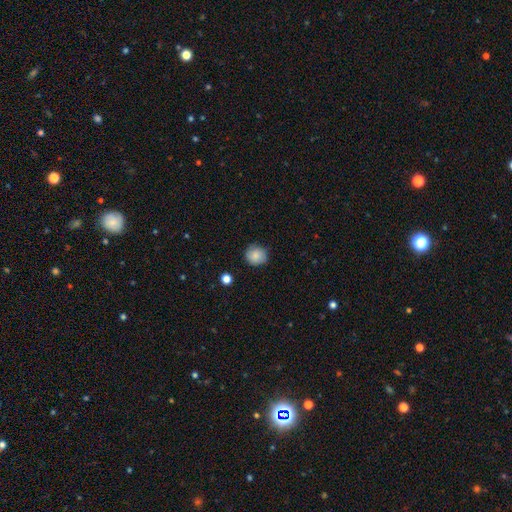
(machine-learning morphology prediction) A smooth galaxy with no disk features (84%) that is round (89%).

Vote fractions:
- Smooth or featured? smooth: 84% / star or artifact: 9% / featured or disk: 7%
- How rounded? round: 89% / in between: 10% / cigar-shaped: 1%
- Merging? none: 84% / minor disturbance: 12% / major disturbance: 2% / merger: 1%